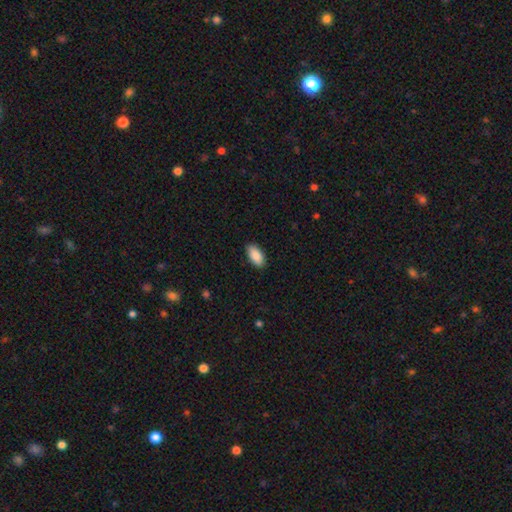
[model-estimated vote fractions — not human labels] This is clearly a smooth galaxy (87%). How rounded: clearly in between (93%). Merging: clearly none (88%).